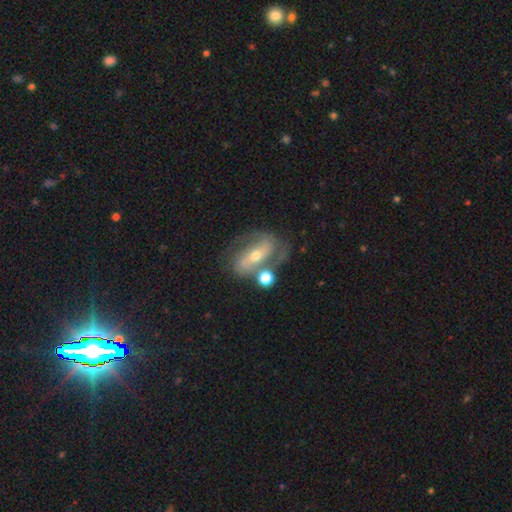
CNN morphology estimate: This appears to be a featured or disk galaxy (78%) with a strong bar (53%), 2 (83%) medium (45%) spiral arms (85%) and a moderate central bulge (50%). Merging: none (59%).